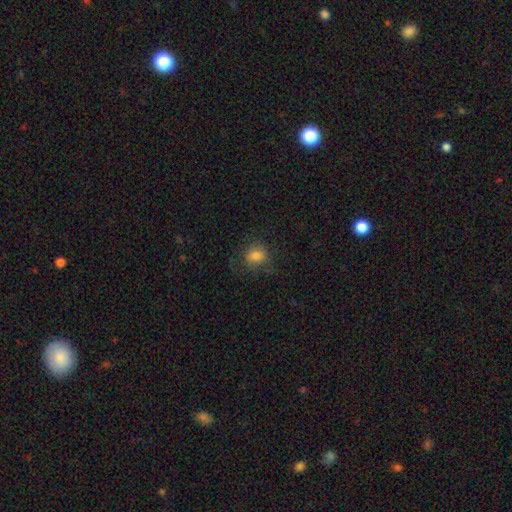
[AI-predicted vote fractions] A smooth galaxy with no disk features (80%) that is round (68%).

Vote fractions:
- Smooth or featured? smooth: 80% / star or artifact: 12% / featured or disk: 9%
- How rounded? round: 68% / in between: 31% / cigar-shaped: 1%
- Merging? none: 76% / minor disturbance: 16% / major disturbance: 7% / merger: 1%